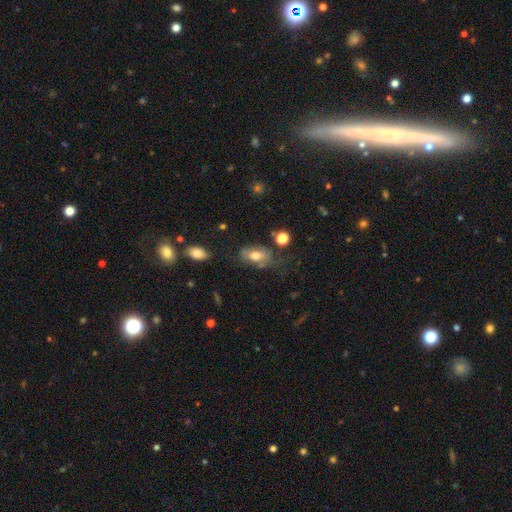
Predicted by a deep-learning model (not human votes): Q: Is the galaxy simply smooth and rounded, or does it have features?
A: smooth — 66%.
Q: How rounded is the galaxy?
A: in between — 89%.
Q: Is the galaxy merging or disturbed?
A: none — 49%.